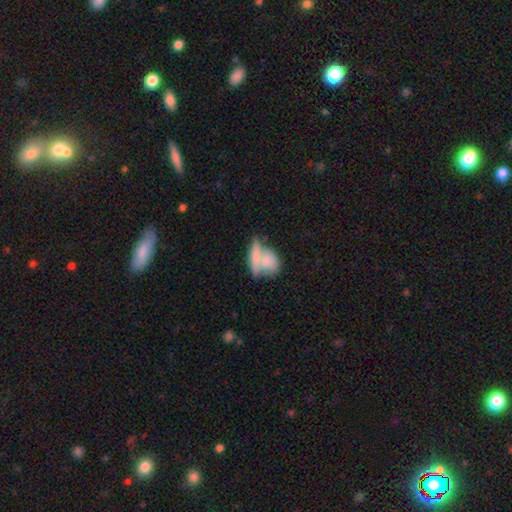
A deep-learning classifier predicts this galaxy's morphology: smooth 65%, featured or disk 27%, star or artifact 7%. Down the decision tree: how rounded — in between (45%); merging — merger (50%).